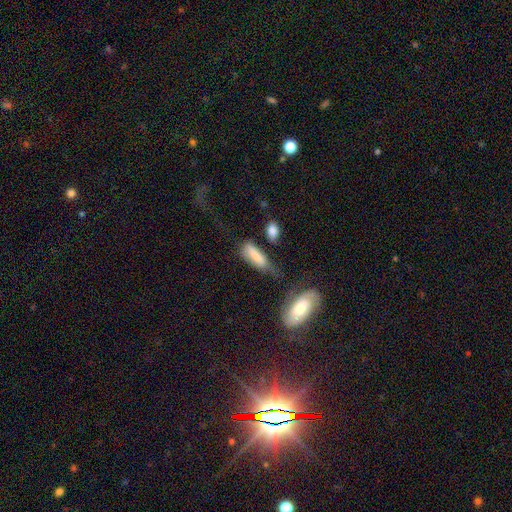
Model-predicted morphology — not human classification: smooth_or_featured: smooth (p=0.75) [alt: featured or disk p=0.17]
how_rounded: in between (p=0.52) [alt: cigar-shaped p=0.46]
merging: none (p=0.39) [alt: minor disturbance p=0.31]